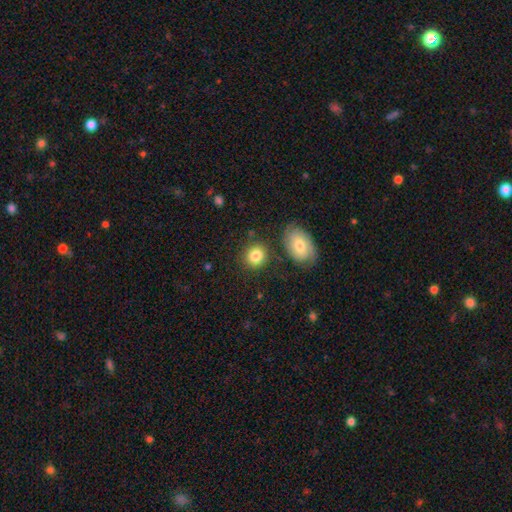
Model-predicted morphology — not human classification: The model was most divided on "how rounded": round: 73%, in between: 26%, cigar-shaped: 1%. More confident: smooth or featured — smooth (84%); merging — none (78%).